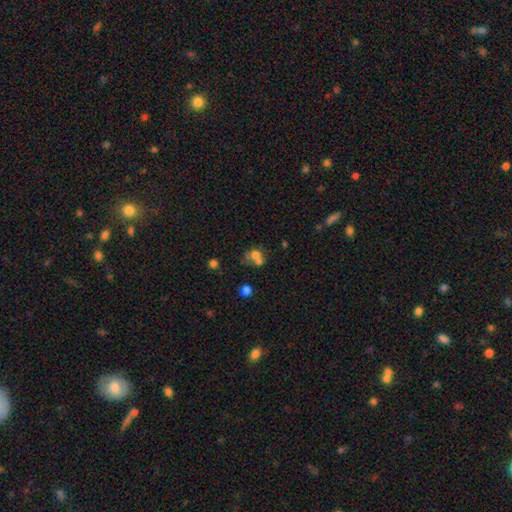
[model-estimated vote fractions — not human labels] smooth-or-featured: smooth: 65% | featured or disk: 21% | star or artifact: 15%
  how-rounded: round: 64% | in between: 35% | cigar-shaped: 1%
  merging: merger: 53% | none: 29% | minor disturbance: 10% | major disturbance: 8%